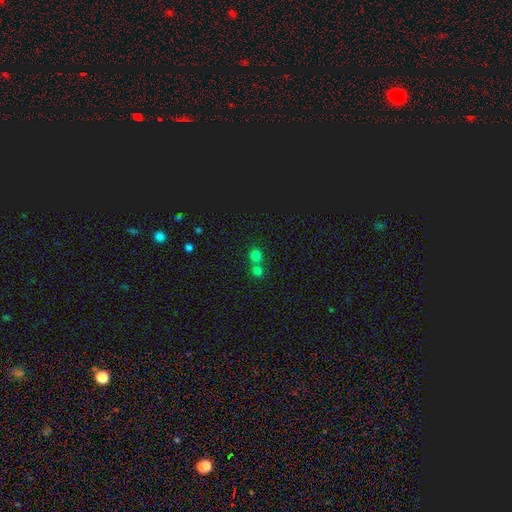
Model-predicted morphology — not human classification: This appears to be a smooth galaxy with no disk features (74%) that is round (87%). Merging: none (48%).